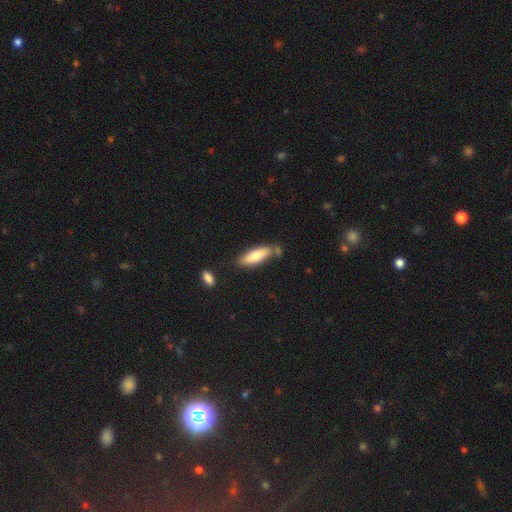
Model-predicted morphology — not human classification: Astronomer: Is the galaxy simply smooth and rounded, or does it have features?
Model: smooth — 74%.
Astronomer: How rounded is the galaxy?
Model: cigar-shaped — 52% (runner-up: in between, 47%).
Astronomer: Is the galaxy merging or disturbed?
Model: none — 67%.